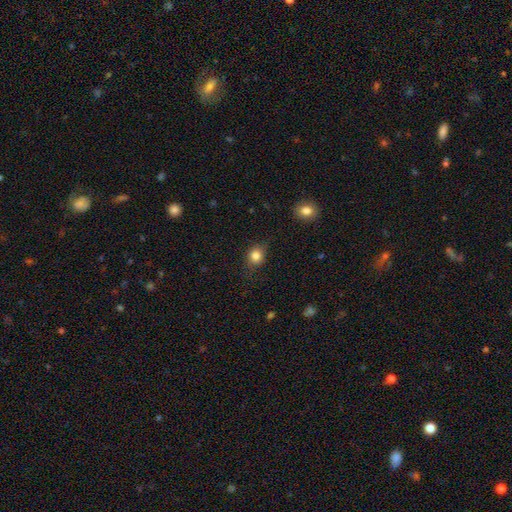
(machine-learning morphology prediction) A smooth galaxy with no disk features (81%) that is round (73%).

Vote fractions:
- Smooth or featured? smooth: 81% / star or artifact: 11% / featured or disk: 8%
- How rounded? round: 73% / in between: 26% / cigar-shaped: 1%
- Merging? none: 74% / minor disturbance: 19% / major disturbance: 6% / merger: 1%